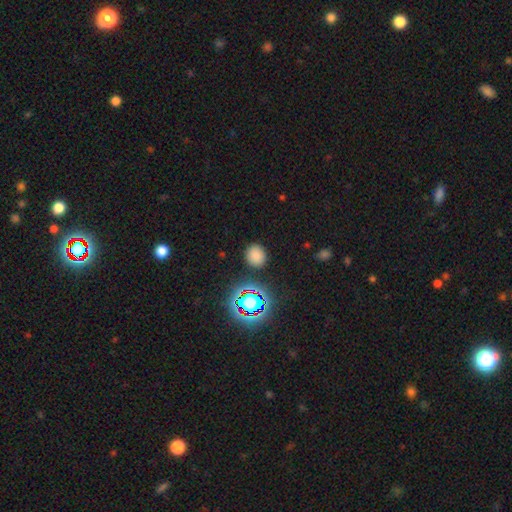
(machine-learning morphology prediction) The model was most divided on "how rounded": round: 77%, in between: 22%, cigar-shaped: 1%. More confident: merging — none (87%); smooth or featured — smooth (76%).